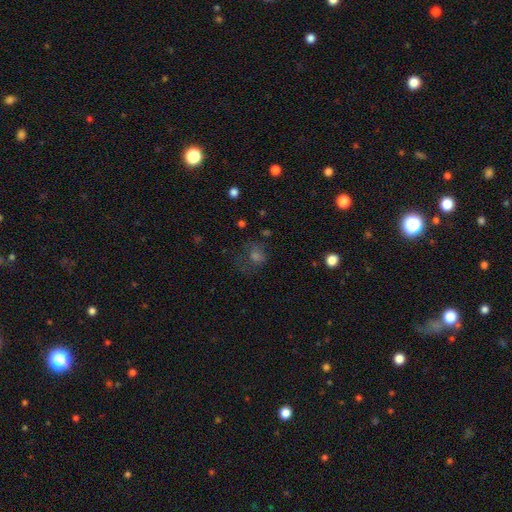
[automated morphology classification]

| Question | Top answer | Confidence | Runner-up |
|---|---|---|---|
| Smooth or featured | smooth | 50% | star or artifact (30%) |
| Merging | none | 51% | major disturbance (27%) |